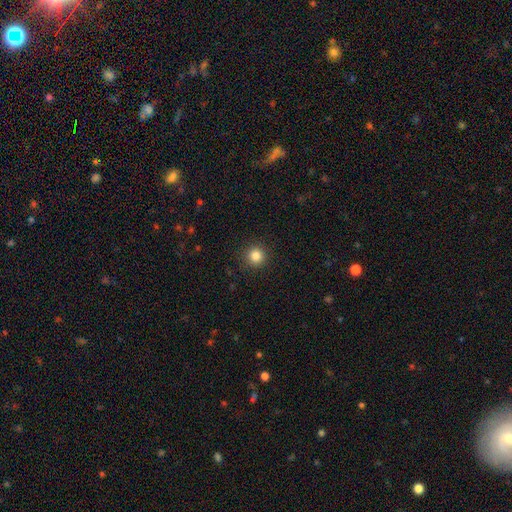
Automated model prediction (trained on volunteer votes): Smooth or featured? smooth (84%)
How rounded? round (95%)
Merging? none (91%)